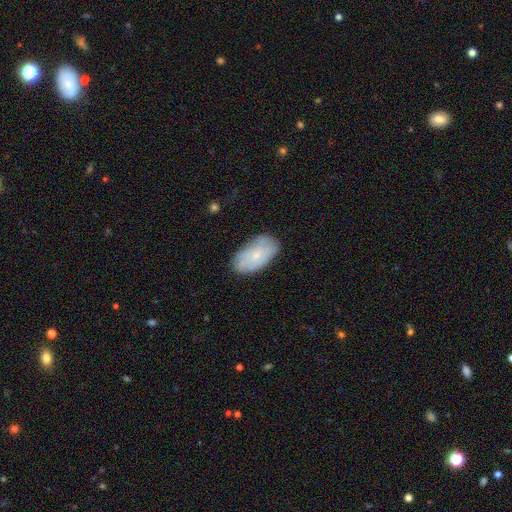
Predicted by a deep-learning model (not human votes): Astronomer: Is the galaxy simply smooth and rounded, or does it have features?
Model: smooth — 62%.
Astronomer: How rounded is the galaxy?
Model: in between — 94%.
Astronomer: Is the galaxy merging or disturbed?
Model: none — 74%.